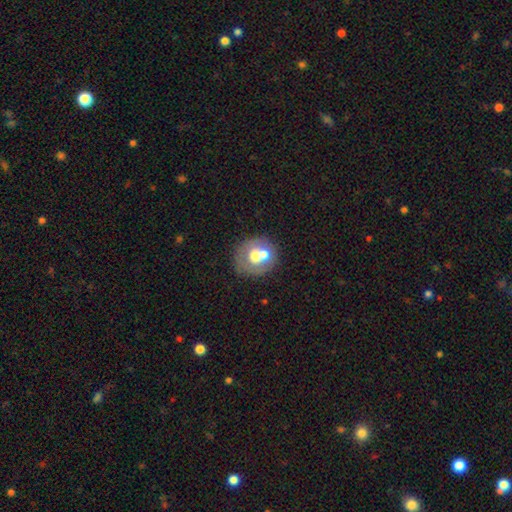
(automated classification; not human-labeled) The model was most divided on "merging": none: 45%, merger: 38%, minor disturbance: 11%, major disturbance: 5%. More confident: how rounded — round (78%); smooth or featured — smooth (56%).